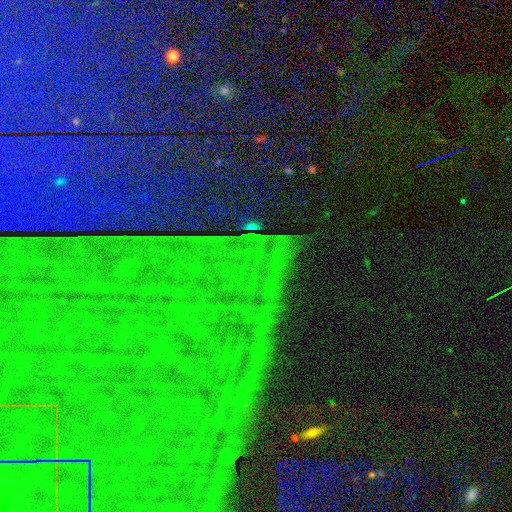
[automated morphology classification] A star or artifact, not a galaxy (85%).